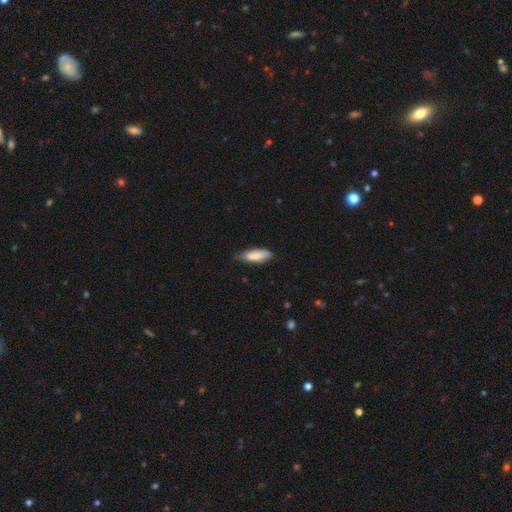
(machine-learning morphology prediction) This appears to be a smooth galaxy with no disk features (80%) that is in between round and cigar-shaped (61%). Merging: none (58%).